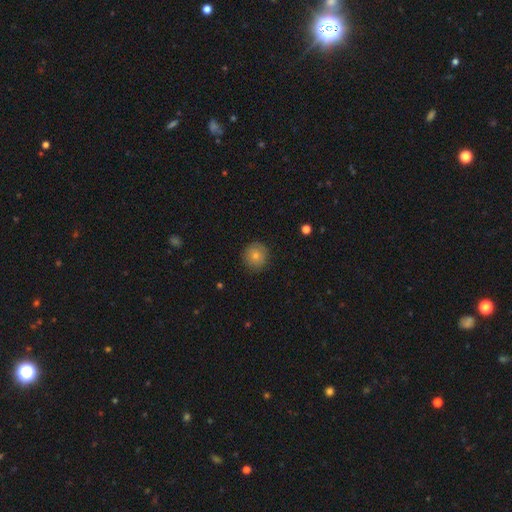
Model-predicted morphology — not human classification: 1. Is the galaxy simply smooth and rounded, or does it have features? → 80% smooth, 11% featured or disk, 9% star or artifact.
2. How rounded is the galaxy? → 93% round, 7% in between, 1% cigar-shaped.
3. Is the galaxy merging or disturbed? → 87% none, 10% minor disturbance, 2% major disturbance, 1% merger.